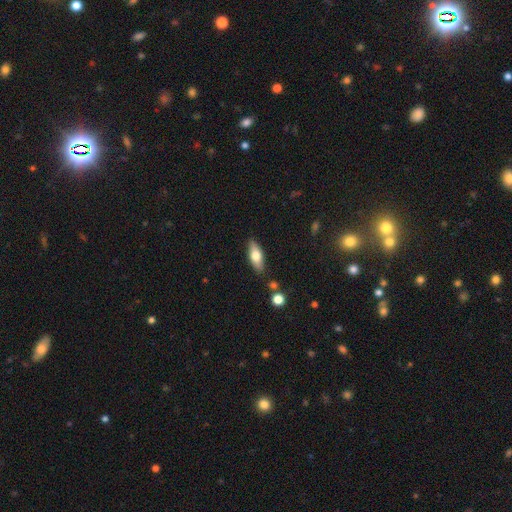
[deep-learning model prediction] A smooth galaxy with no disk features (66%) that is in between round and cigar-shaped (71%).

Vote fractions:
- Smooth or featured? smooth: 66% / featured or disk: 28% / star or artifact: 6%
- How rounded? in between: 71% / cigar-shaped: 26% / round: 3%
- Merging? none: 84% / minor disturbance: 11% / merger: 3% / major disturbance: 2%